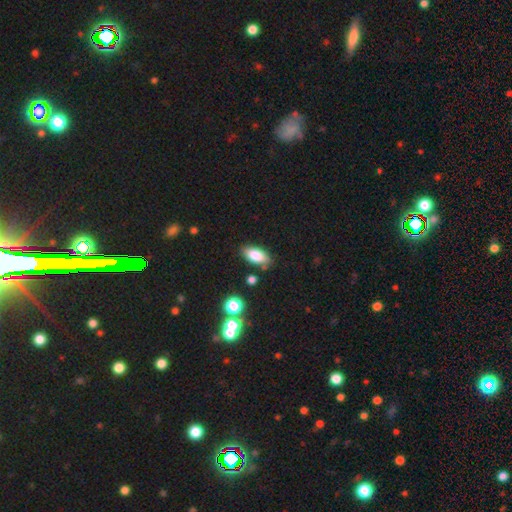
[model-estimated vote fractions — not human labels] The model was most divided on "merging": none: 81%, minor disturbance: 13%, merger: 4%, major disturbance: 3%. More confident: how rounded — in between (89%); smooth or featured — smooth (83%).